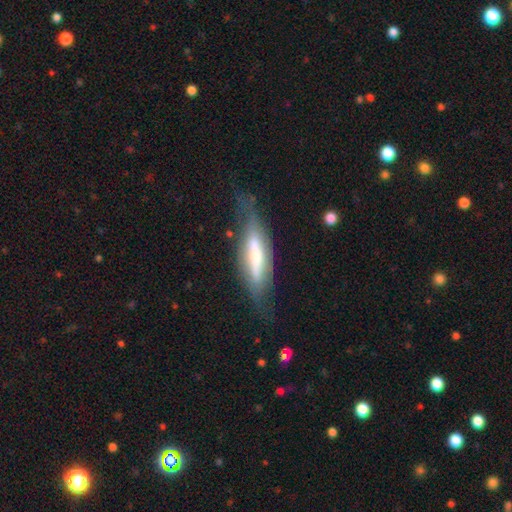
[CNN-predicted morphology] The model was most divided on "smooth or featured": featured or disk: 56%, smooth: 38%, star or artifact: 7%. More confident: edge-on disk — yes (65%); merging — none (57%).